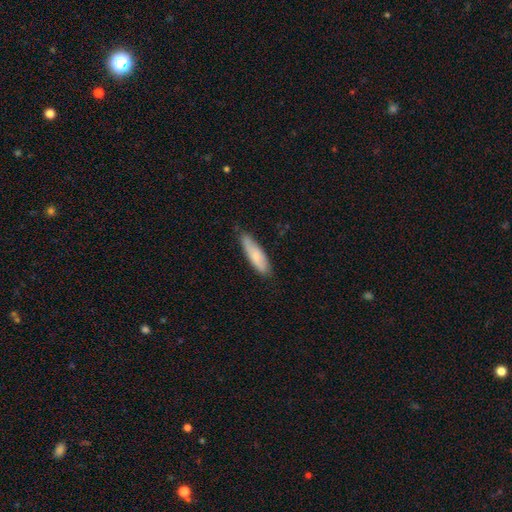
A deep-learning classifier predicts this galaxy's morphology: Smooth or featured? Predicted: smooth (p=0.73). How rounded? Predicted: cigar-shaped (p=0.61). Merging? Predicted: none (p=0.74).